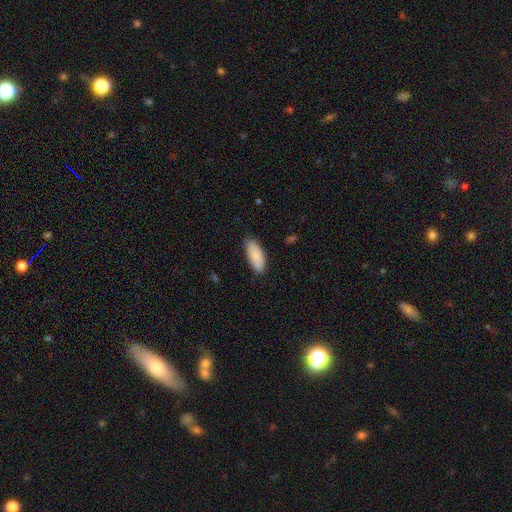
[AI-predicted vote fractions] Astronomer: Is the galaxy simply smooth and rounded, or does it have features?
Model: smooth — 88%.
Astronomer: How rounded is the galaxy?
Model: in between — 83%.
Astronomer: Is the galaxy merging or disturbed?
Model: none — 83%.